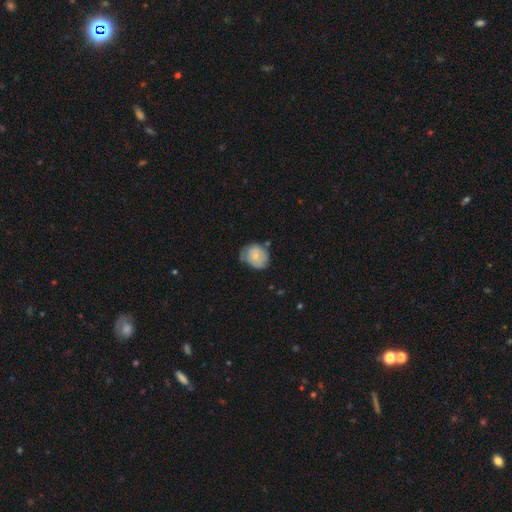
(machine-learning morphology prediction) Smooth or featured? Predicted: smooth (p=0.56). How rounded? Predicted: round (p=0.58). Merging? Predicted: none (p=0.46).